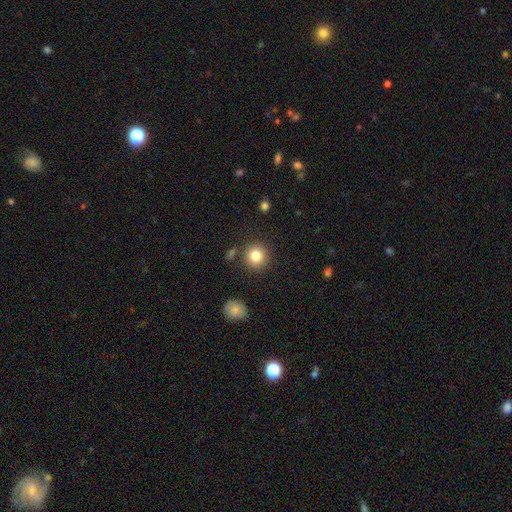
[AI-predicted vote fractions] smooth_or_featured: smooth (p=0.83) [alt: star or artifact p=0.10]
how_rounded: round (p=0.92) [alt: in between p=0.07]
merging: none (p=0.86) [alt: minor disturbance p=0.07]